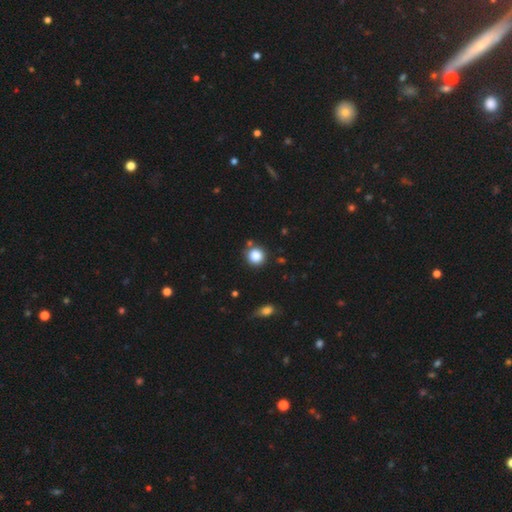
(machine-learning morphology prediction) Overall: smooth (86%). How rounded: round (92%). Merging: none (82%).